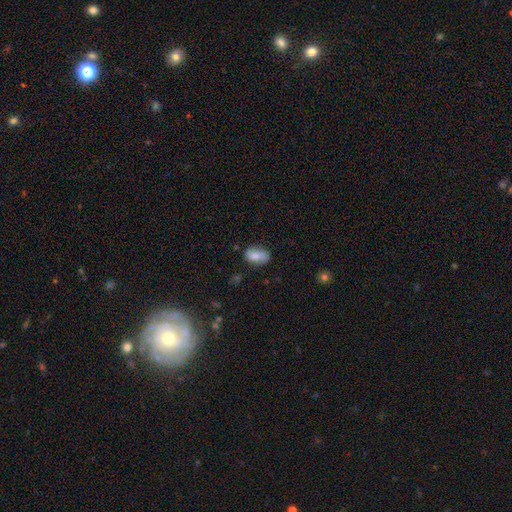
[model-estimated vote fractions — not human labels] A smooth galaxy with no disk features (67%) that is in between round and cigar-shaped (87%).

Vote fractions:
- Smooth or featured? smooth: 67% / featured or disk: 25% / star or artifact: 8%
- How rounded? in between: 87% / round: 9% / cigar-shaped: 4%
- Merging? none: 68% / minor disturbance: 23% / major disturbance: 6% / merger: 3%